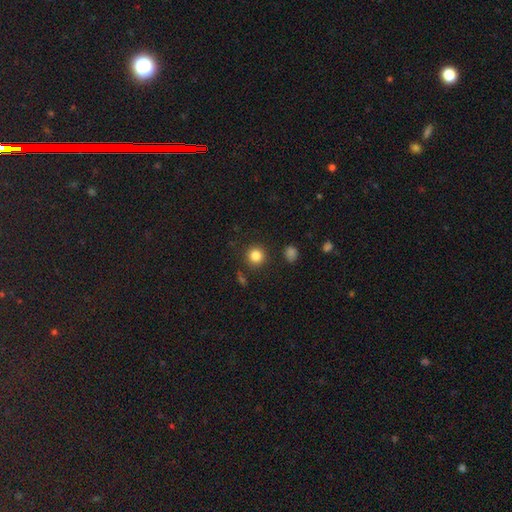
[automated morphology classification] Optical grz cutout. It shows a smooth galaxy with no disk features (84%) that is round (94%). Merging: none (89%).